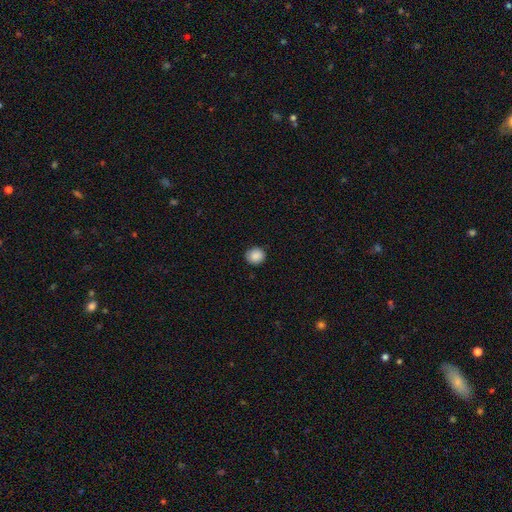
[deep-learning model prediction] Q: Smooth or featured?
A: smooth (88%); runner-up: star or artifact (9%)
Q: How rounded?
A: round (87%); runner-up: in between (12%)
Q: Merging?
A: none (89%); runner-up: minor disturbance (9%)